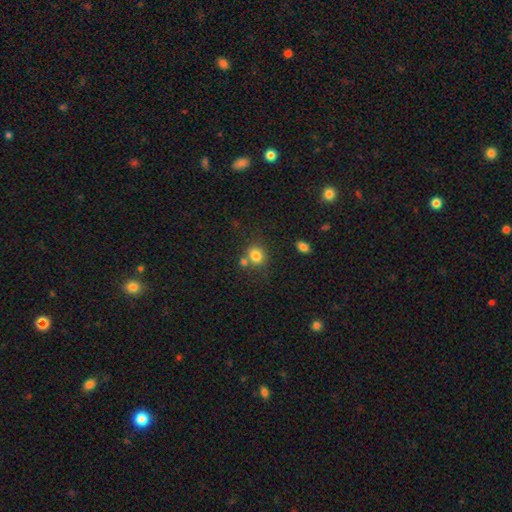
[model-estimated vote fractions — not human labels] A smooth galaxy with no disk features (82%) that is round (63%). Merging: none (61%).